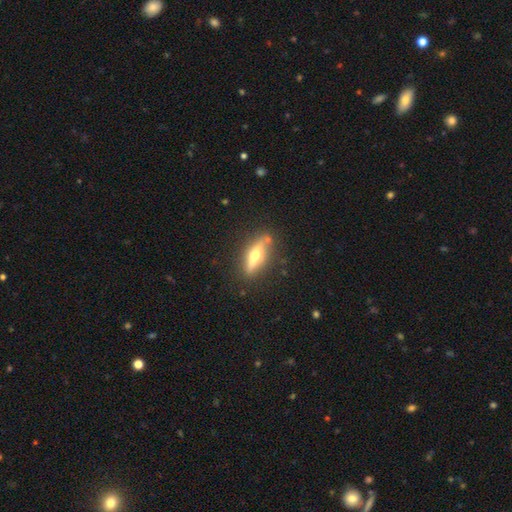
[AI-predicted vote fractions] smooth_or_featured: featured or disk (p=0.57) [alt: smooth p=0.37]
disk_edge_on: yes (p=0.87) [alt: no p=0.13]
merging: none (p=0.80) [alt: minor disturbance p=0.12]